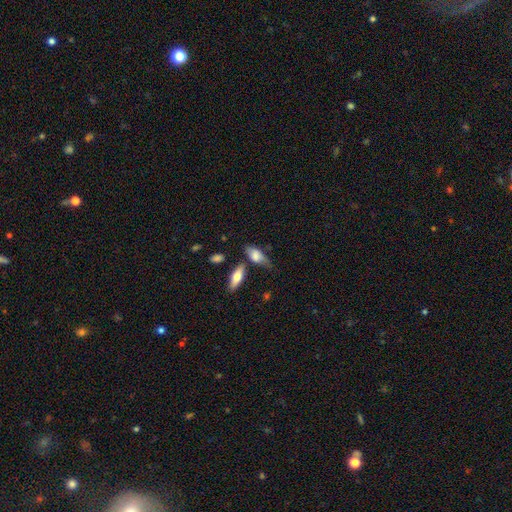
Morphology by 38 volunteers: A smooth galaxy with no disk features (76%) that is in between round and cigar-shaped (76%). Merging: none (46%).